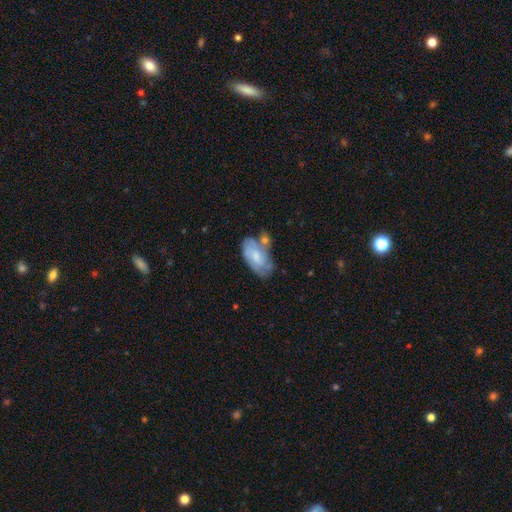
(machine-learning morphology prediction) Smooth or featured: smooth — 47% (tied with featured or disk — 47%)
Merging: none — 46% (minor disturbance — 26%)